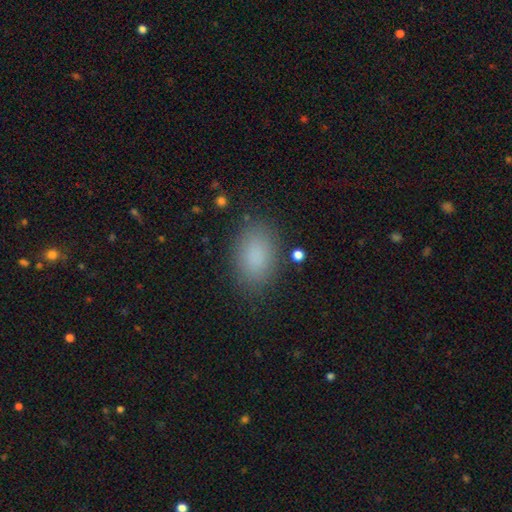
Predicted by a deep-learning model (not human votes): smooth 86%, star or artifact 9%, featured or disk 5%. Down the decision tree: how rounded — in between (88%); merging — none (85%).